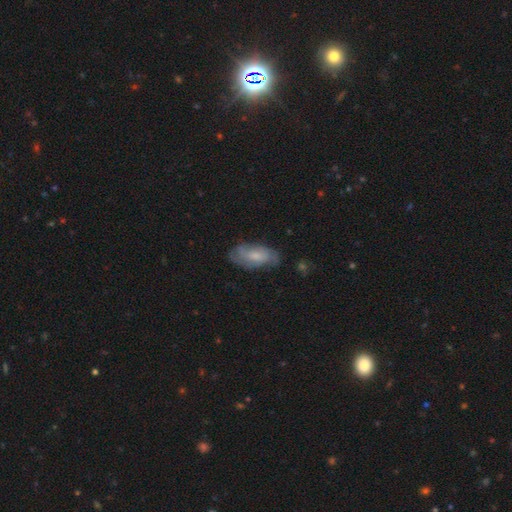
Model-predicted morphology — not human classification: This appears to be a featured or disk galaxy (49%). Merging: none (67%).